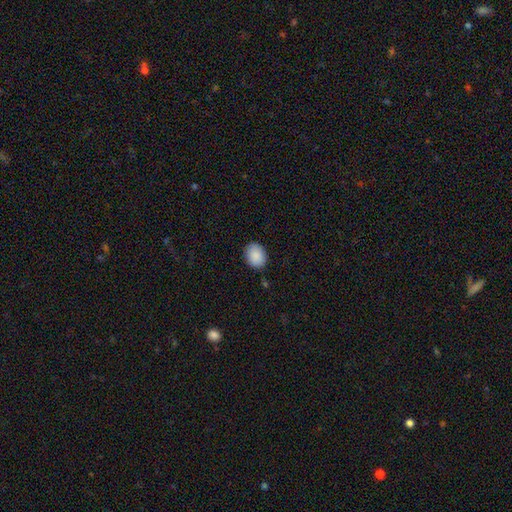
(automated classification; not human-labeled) This is clearly a smooth galaxy (89%). How rounded: likely in between (64%). Merging: clearly none (86%).